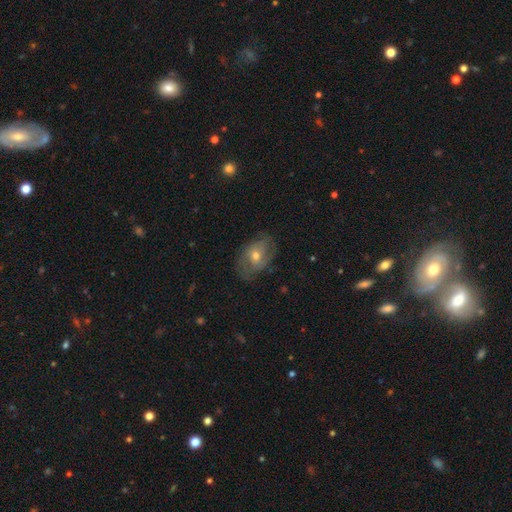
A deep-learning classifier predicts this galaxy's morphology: featured or disk 53%, smooth 37%, star or artifact 10%. Down the decision tree: edge-on disk — no (94%); merging — none (67%).